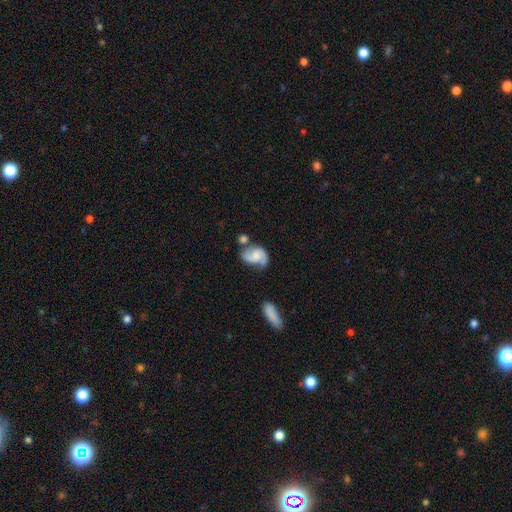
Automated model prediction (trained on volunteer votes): featured or disk 73%, smooth 20%, star or artifact 7%. Down the decision tree: edge-on disk — no (98%); bar — no (59%); spiral arms — yes (94%); spiral arm count — 2 (87%); spiral winding — medium (49%); bulge size — moderate (33%); merging — none (48%).